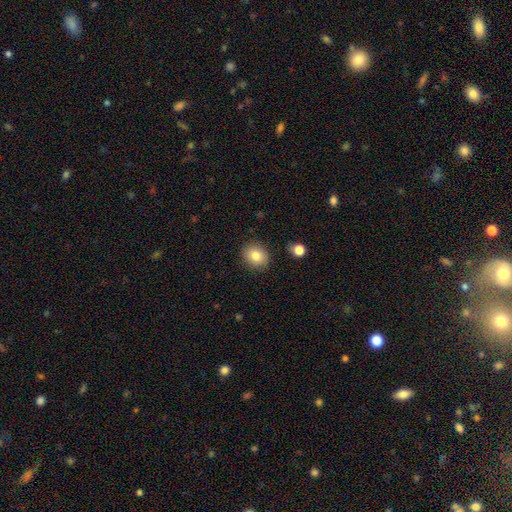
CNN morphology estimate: type=smooth (82%); roundness=round (67%); merging=none (88%).